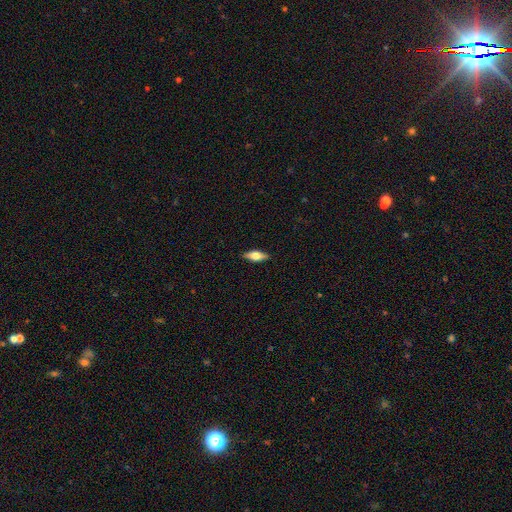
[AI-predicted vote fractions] Q: Smooth or featured?
A: smooth (59%); runner-up: featured or disk (34%)
Q: How rounded?
A: in between (67%); runner-up: cigar-shaped (30%)
Q: Merging?
A: none (88%); runner-up: minor disturbance (9%)